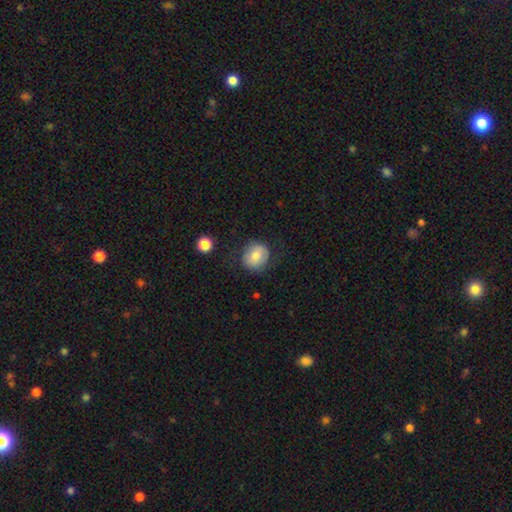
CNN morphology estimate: Smooth or featured?
  - smooth: 73% *
  - featured or disk: 19%
  - star or artifact: 8%
How rounded?
  - round: 77% *
  - in between: 22%
  - cigar-shaped: 1%
Merging?
  - none: 73% *
  - minor disturbance: 17%
  - major disturbance: 8%
  - merger: 2%